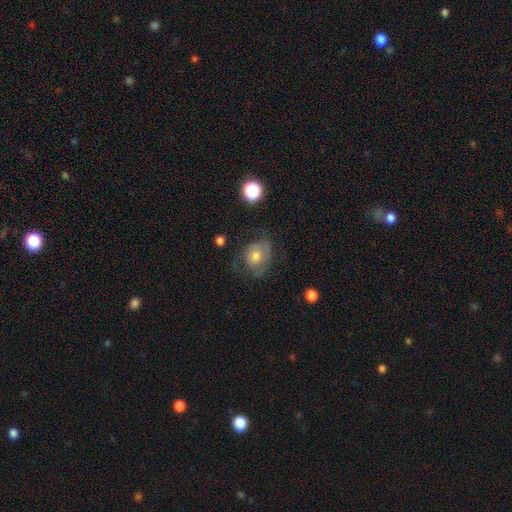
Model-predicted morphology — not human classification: A smooth galaxy with no disk features (55%) that is round (62%). Merging: none (52%).